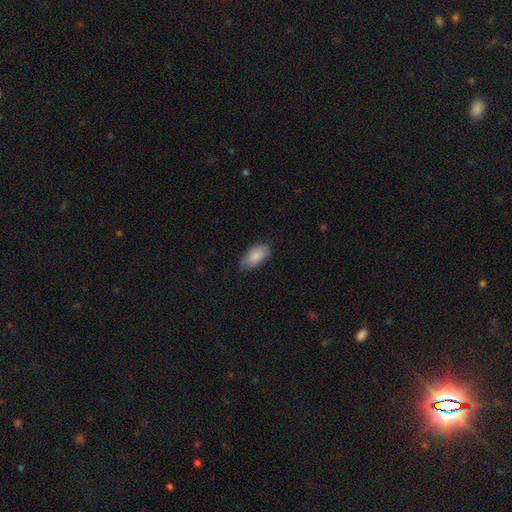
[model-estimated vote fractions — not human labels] smooth-or-featured: smooth: 87% | featured or disk: 7% | star or artifact: 6%
  how-rounded: in between: 93% | cigar-shaped: 4% | round: 2%
  merging: none: 78% | minor disturbance: 18% | major disturbance: 3% | merger: 1%